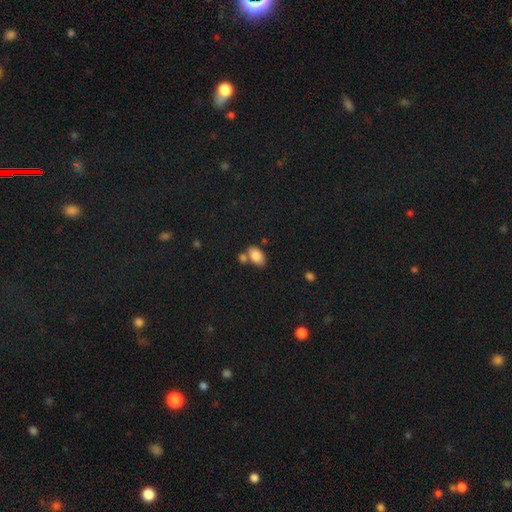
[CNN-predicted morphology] type=smooth (84%); roundness=in between (91%); merging=none (56%).